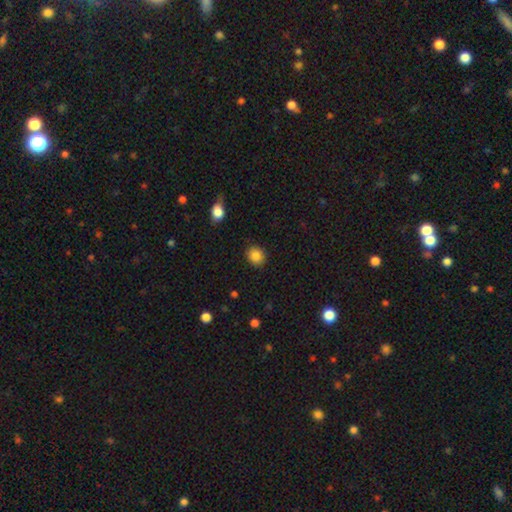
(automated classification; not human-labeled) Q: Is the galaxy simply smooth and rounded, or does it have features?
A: smooth — 86%.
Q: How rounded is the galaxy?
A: round — 75%.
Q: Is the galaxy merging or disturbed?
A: none — 89%.